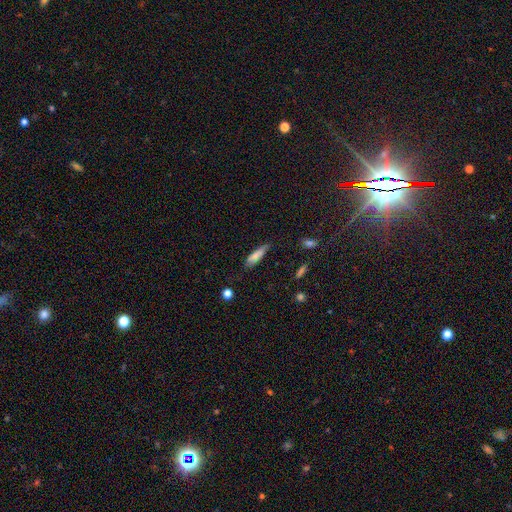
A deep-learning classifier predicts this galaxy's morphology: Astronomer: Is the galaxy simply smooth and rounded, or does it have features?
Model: smooth — 75%.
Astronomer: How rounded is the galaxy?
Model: cigar-shaped — 61% (runner-up: in between, 37%).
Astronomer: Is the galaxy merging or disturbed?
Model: none — 64%.